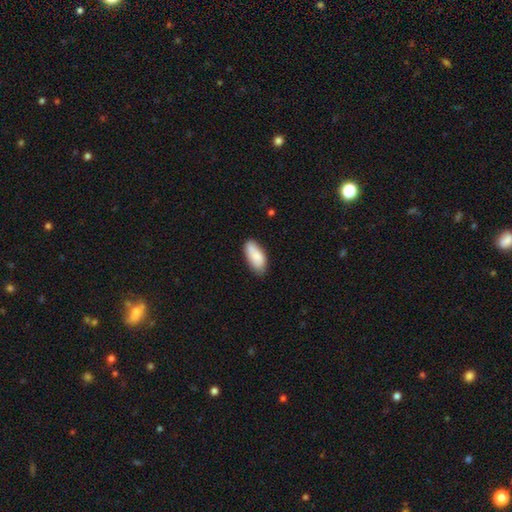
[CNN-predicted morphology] A smooth galaxy with no disk features (85%) that is in between round and cigar-shaped (88%).

Vote fractions:
- Smooth or featured? smooth: 85% / featured or disk: 9% / star or artifact: 6%
- How rounded? in between: 88% / cigar-shaped: 10% / round: 2%
- Merging? none: 76% / minor disturbance: 19% / major disturbance: 3% / merger: 2%